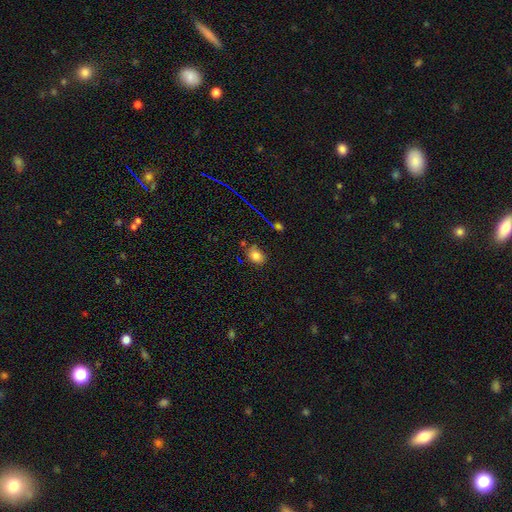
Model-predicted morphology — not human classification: Overall: smooth (79%). How rounded: in between (55%; round 44%). Merging: none (75%).